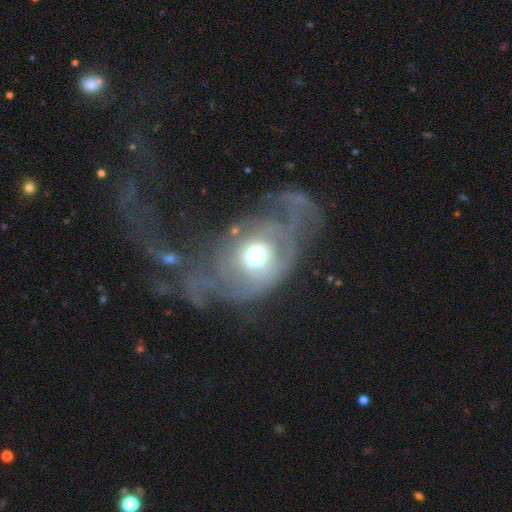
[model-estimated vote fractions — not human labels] The model was most divided on "spiral arms": no: 52%, yes: 48%. Remaining: edge-on disk — no (95%); bar — no (78%); smooth or featured — featured or disk (59%); bulge size — moderate (51%); merging — major disturbance (49%).